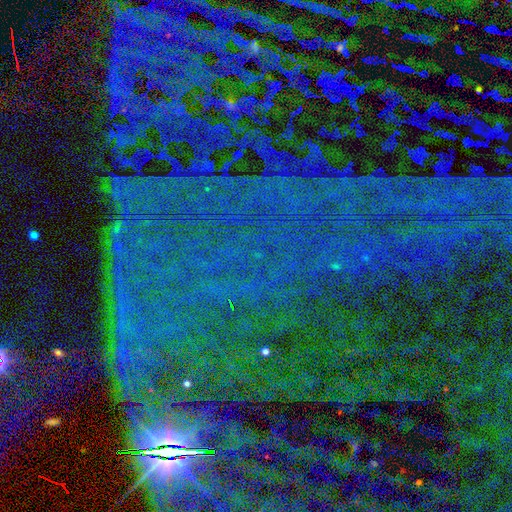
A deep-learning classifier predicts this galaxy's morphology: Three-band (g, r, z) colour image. It shows a star or artifact, not a galaxy (88%).